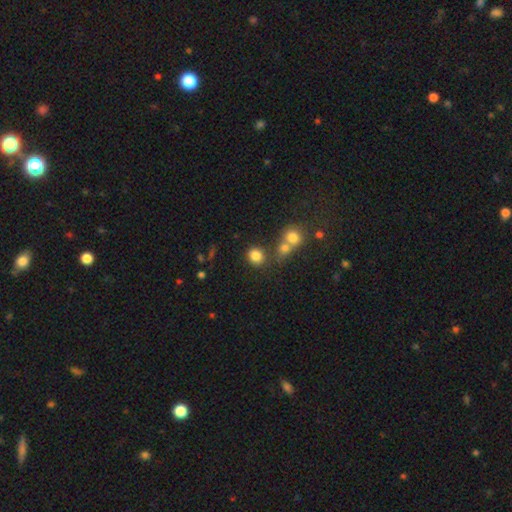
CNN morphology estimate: smooth 82%, star or artifact 12%, featured or disk 6%. Down the decision tree: how rounded — round (76%); merging — none (69%).